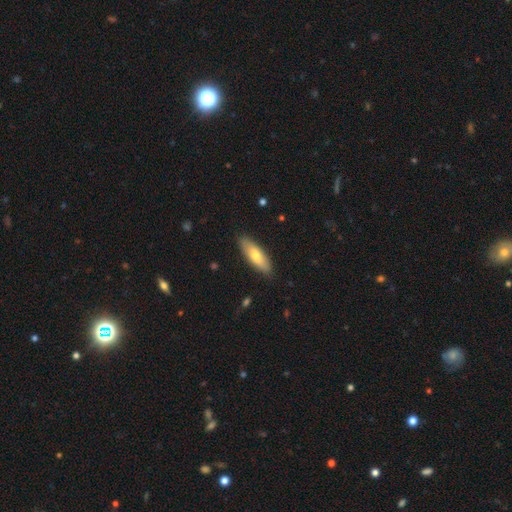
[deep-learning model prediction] Overall: smooth (69%). How rounded: in between (56%; cigar-shaped 42%). Merging: none (88%).